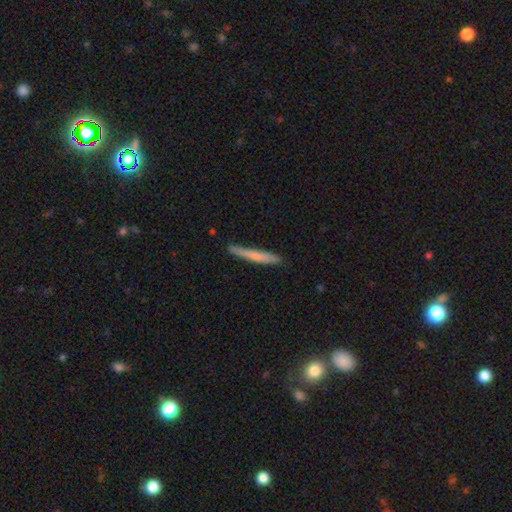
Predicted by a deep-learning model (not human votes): Q: Smooth or featured?
A: smooth (68%); runner-up: featured or disk (27%)
Q: How rounded?
A: cigar-shaped (96%); runner-up: in between (3%)
Q: Merging?
A: none (83%); runner-up: minor disturbance (13%)